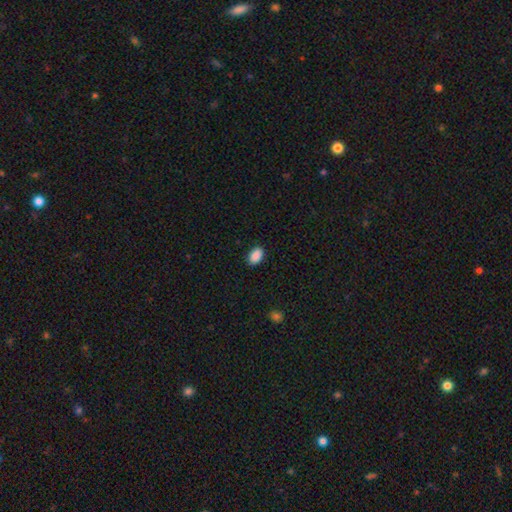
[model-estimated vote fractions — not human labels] This is clearly a smooth galaxy (91%). How rounded: clearly in between (92%). Merging: clearly none (89%).